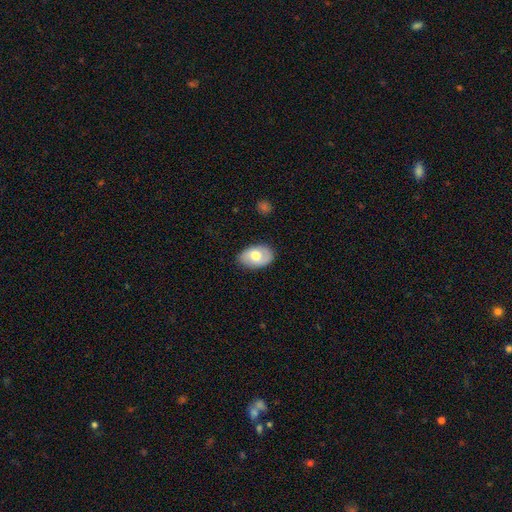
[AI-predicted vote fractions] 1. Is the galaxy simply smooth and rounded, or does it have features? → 64% smooth, 30% featured or disk, 6% star or artifact.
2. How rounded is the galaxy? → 89% in between, 10% round, 1% cigar-shaped.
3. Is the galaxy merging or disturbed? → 81% none, 15% minor disturbance, 3% major disturbance, 1% merger.